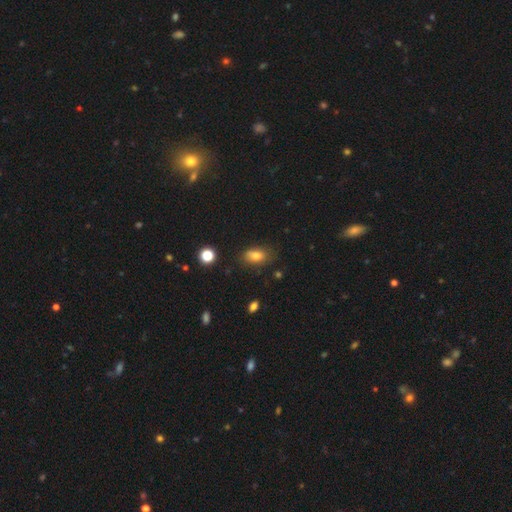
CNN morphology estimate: Smooth or featured? smooth (78%)
How rounded? in between (86%)
Merging? none (73%)